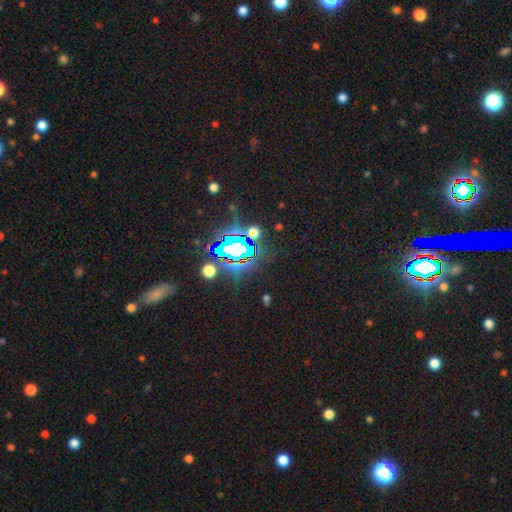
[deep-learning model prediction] The model was most divided on "smooth or featured": star or artifact: 85%, smooth: 8%, featured or disk: 7%.